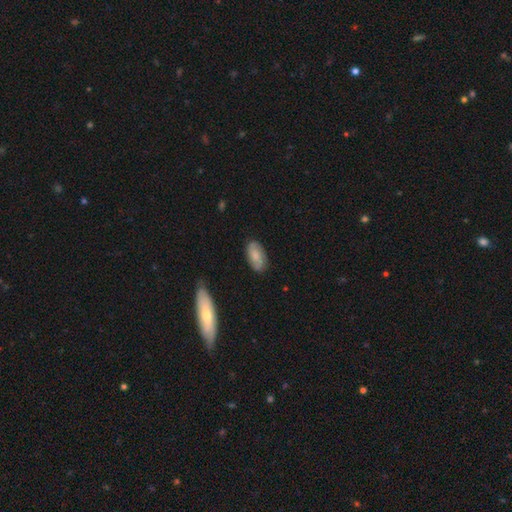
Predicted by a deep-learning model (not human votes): A smooth galaxy with no disk features (69%) that is in between round and cigar-shaped (93%). Merging: none (80%).